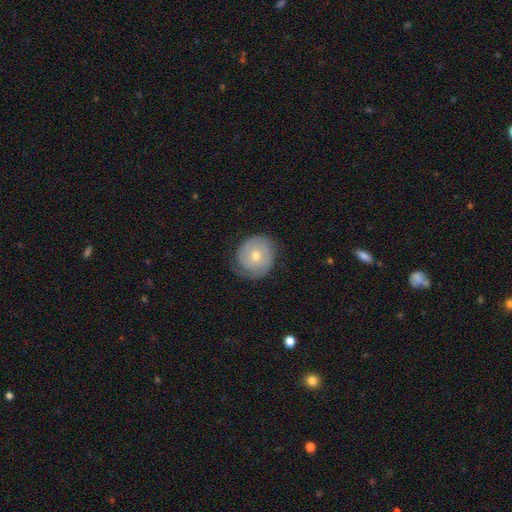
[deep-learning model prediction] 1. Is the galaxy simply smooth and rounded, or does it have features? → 57% featured or disk, 36% smooth, 7% star or artifact.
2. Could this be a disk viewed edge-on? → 97% no, 3% yes.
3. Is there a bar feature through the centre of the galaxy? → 82% no, 15% weak, 3% strong.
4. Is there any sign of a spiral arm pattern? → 78% yes, 22% no.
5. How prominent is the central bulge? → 61% moderate, 36% small, 2% large, 1% none, 1% dominant.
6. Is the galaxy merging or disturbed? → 73% none, 19% minor disturbance, 7% major disturbance, 1% merger.